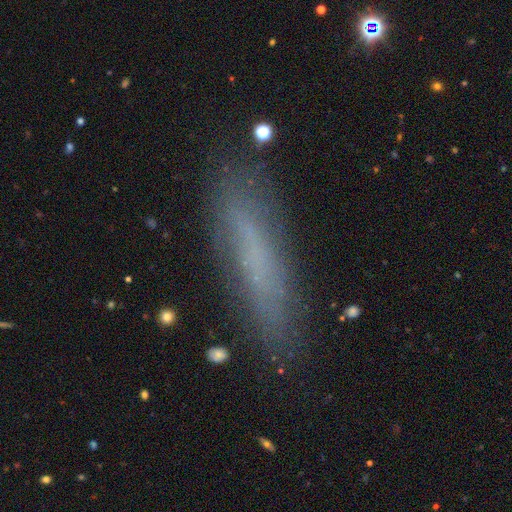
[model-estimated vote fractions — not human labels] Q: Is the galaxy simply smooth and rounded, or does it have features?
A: smooth — 56%.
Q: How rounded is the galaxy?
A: cigar-shaped — 85%.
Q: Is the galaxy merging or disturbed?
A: none — 81%.